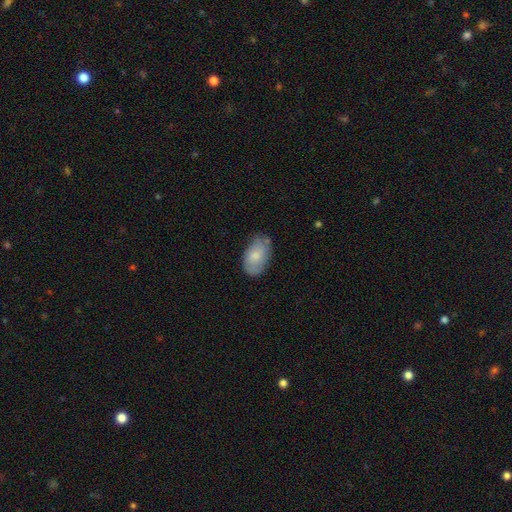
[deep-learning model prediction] Smooth or featured? smooth (70%)
How rounded? in between (93%)
Merging? none (68%)